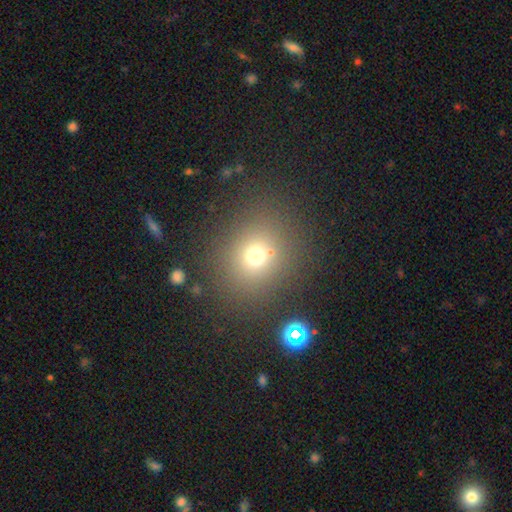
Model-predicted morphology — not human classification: Smooth or featured? Predicted: smooth (p=0.69). How rounded? Predicted: round (p=0.78). Merging? Predicted: none (p=0.80).